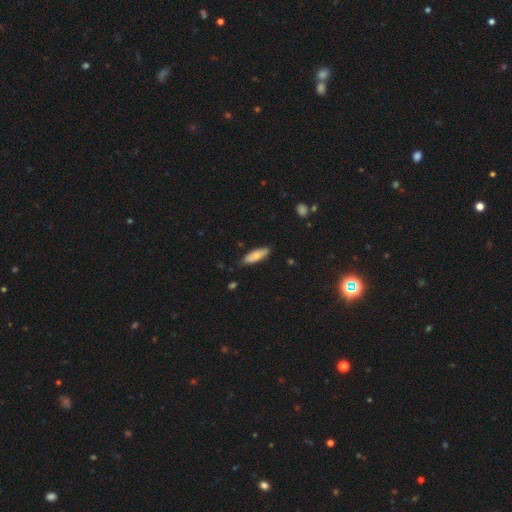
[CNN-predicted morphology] This is likely a smooth galaxy (70%). How rounded: possibly in between (54%). Merging: clearly none (81%).